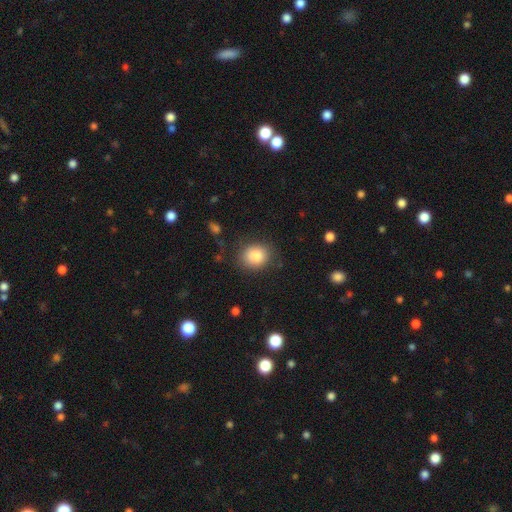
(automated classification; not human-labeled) Overall: smooth (85%). How rounded: round (72%). Merging: none (82%).